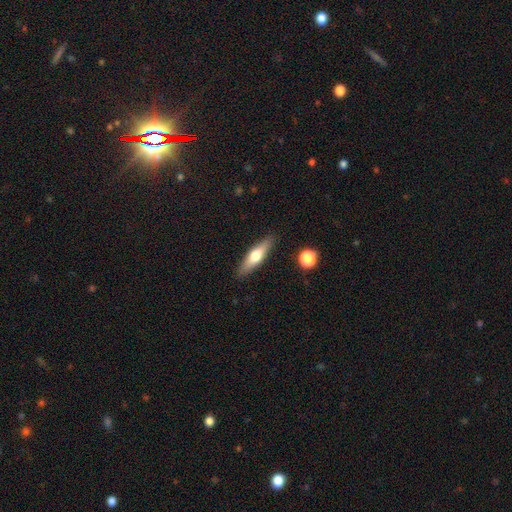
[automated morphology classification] Smooth or featured? Predicted: smooth (p=0.53). How rounded? Predicted: cigar-shaped (p=0.69). Merging? Predicted: none (p=0.87).